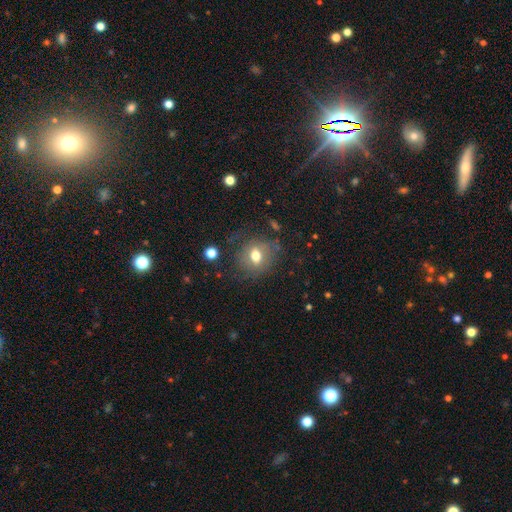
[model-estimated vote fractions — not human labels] smooth_or_featured: smooth (p=0.66) [alt: featured or disk p=0.22]
how_rounded: round (p=0.61) [alt: in between p=0.38]
merging: none (p=0.64) [alt: minor disturbance p=0.20]